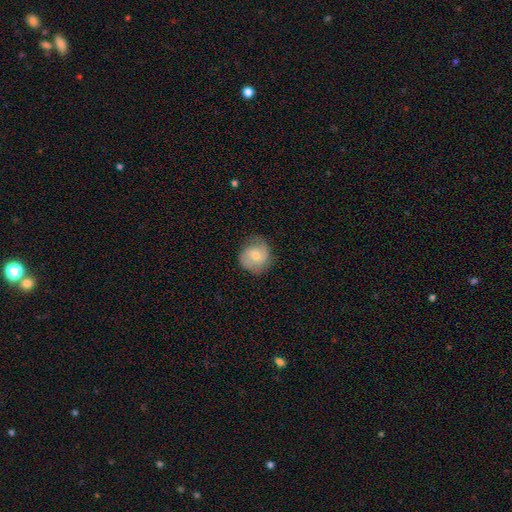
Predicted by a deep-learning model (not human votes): The model was most divided on "smooth or featured": smooth: 56%, featured or disk: 37%, star or artifact: 7%. More confident: how rounded — round (81%); merging — none (71%).